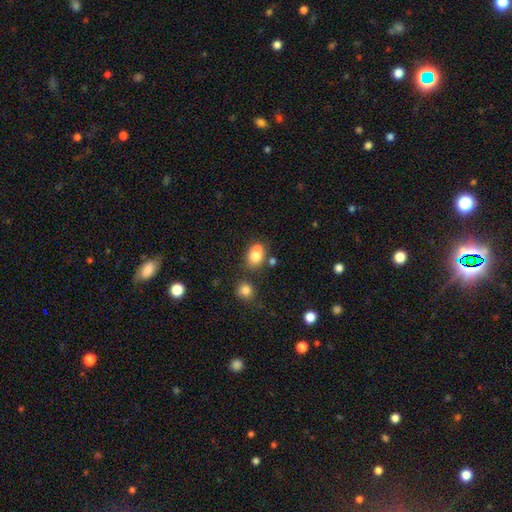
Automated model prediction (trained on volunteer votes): A smooth galaxy with no disk features (74%) that is in between round and cigar-shaped (56%). Merging: merger (43%).